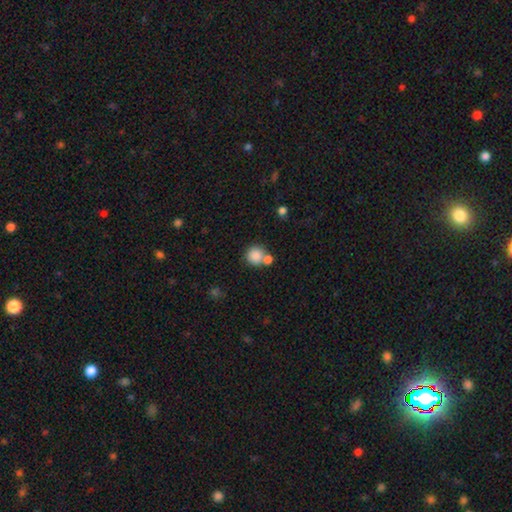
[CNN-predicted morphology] Smooth or featured: smooth — 84% (star or artifact — 9%)
How rounded: round — 91% (in between — 8%)
Merging: none — 54% (merger — 34%)